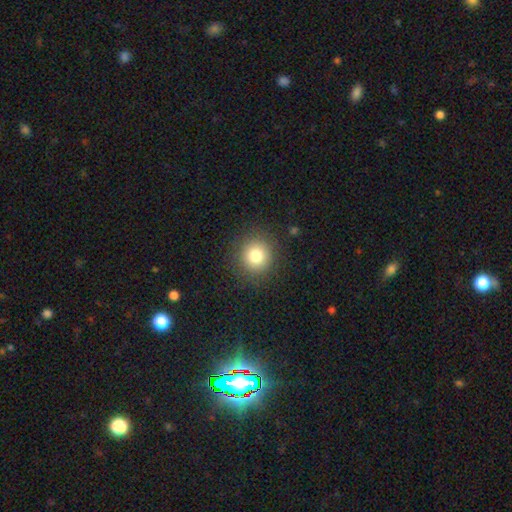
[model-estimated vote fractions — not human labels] smooth 80%, star or artifact 12%, featured or disk 9%. Down the decision tree: how rounded — round (91%); merging — none (89%).